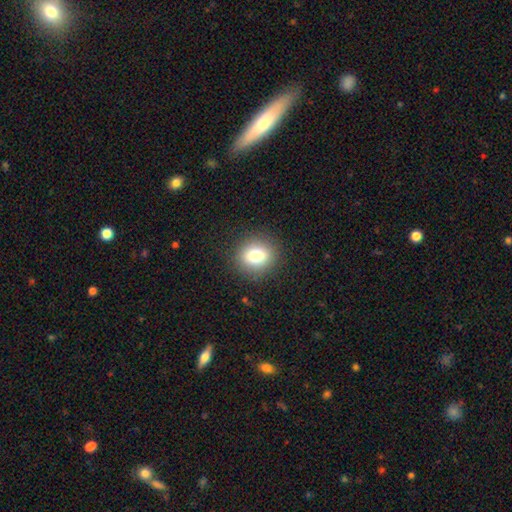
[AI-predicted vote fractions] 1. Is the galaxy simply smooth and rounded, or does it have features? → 78% smooth, 12% star or artifact, 10% featured or disk.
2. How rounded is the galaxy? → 72% round, 27% in between, 1% cigar-shaped.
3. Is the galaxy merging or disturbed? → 89% none, 7% minor disturbance, 3% major disturbance, 1% merger.